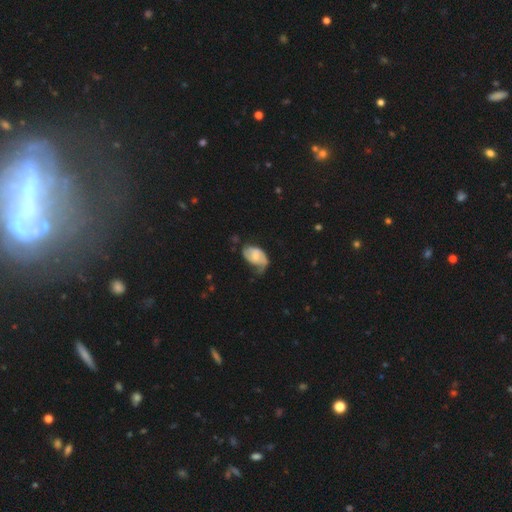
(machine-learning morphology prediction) A featured or disk galaxy (65%) with no bar (57%), 2 (53%) medium (39%) spiral arms (87%) and a small central bulge (42%). Merging: none (34%, tied with minor disturbance).